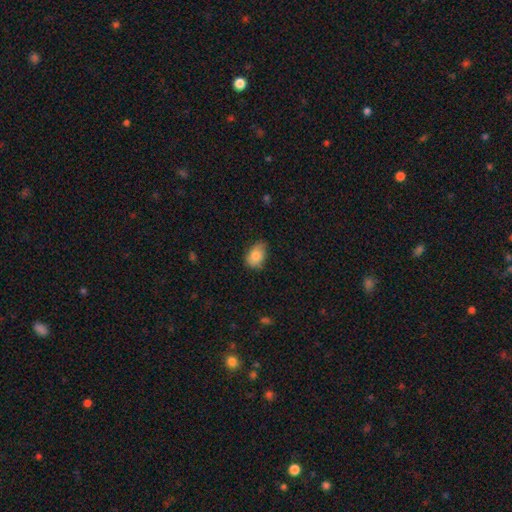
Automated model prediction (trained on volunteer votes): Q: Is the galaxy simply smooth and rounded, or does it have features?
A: smooth — 84%.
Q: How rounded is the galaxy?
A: in between — 82%.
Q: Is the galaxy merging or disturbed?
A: none — 69%.